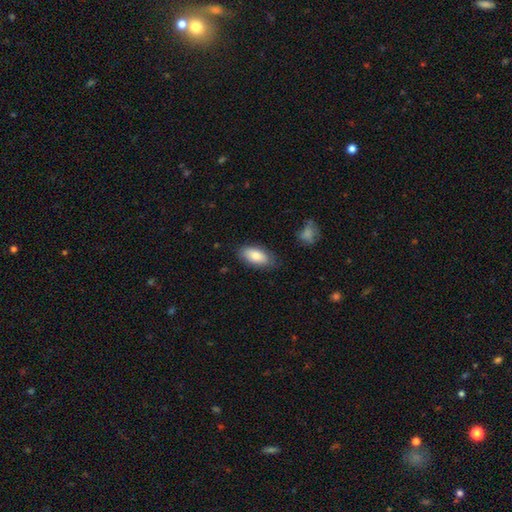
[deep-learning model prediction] smooth 83%, featured or disk 11%, star or artifact 6%. Down the decision tree: how rounded — in between (90%); merging — none (80%).